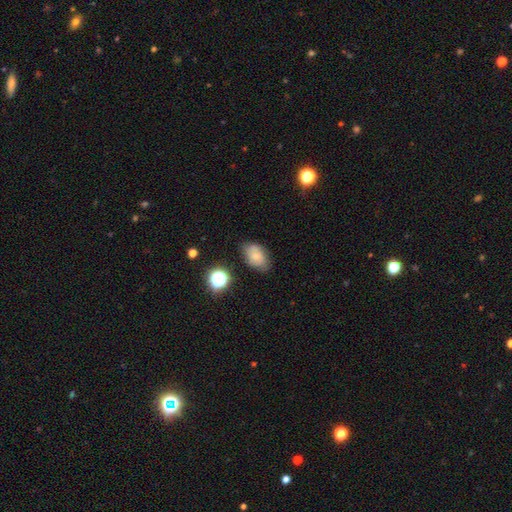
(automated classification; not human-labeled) A smooth galaxy with no disk features (73%) that is in between round and cigar-shaped (86%).

Vote fractions:
- Smooth or featured? smooth: 73% / featured or disk: 16% / star or artifact: 11%
- How rounded? in between: 86% / round: 13% / cigar-shaped: 1%
- Merging? none: 69% / minor disturbance: 23% / major disturbance: 5% / merger: 3%